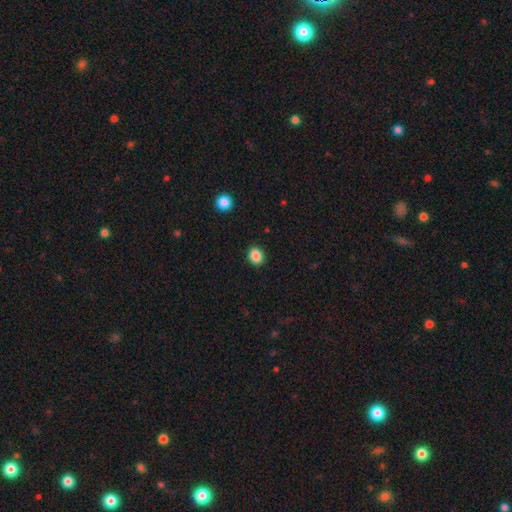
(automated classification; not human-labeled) This appears to be a smooth galaxy with no disk features (87%) that is round (61%). Merging: none (90%).